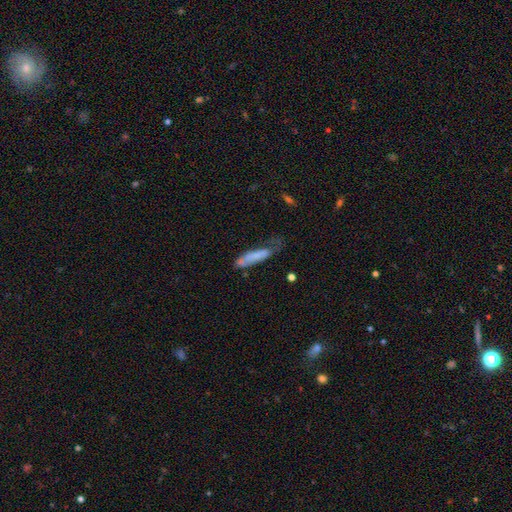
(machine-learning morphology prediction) A smooth galaxy with no disk features (65%) that is cigar-shaped (71%). Merging: minor disturbance (32%, tied with none).